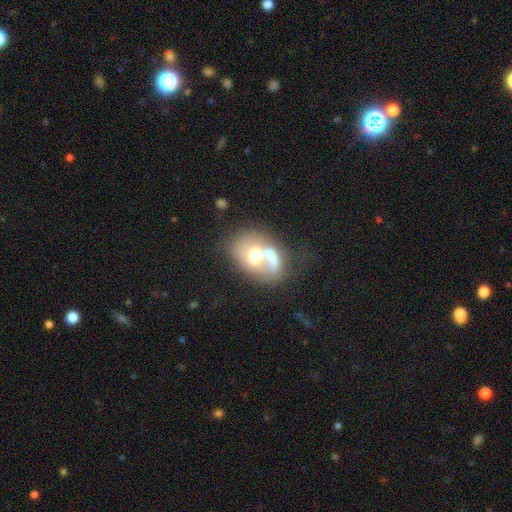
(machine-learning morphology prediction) Smooth or featured? Predicted: smooth (p=0.52). How rounded? Predicted: in between (p=0.65). Merging? Predicted: merger (p=0.59).